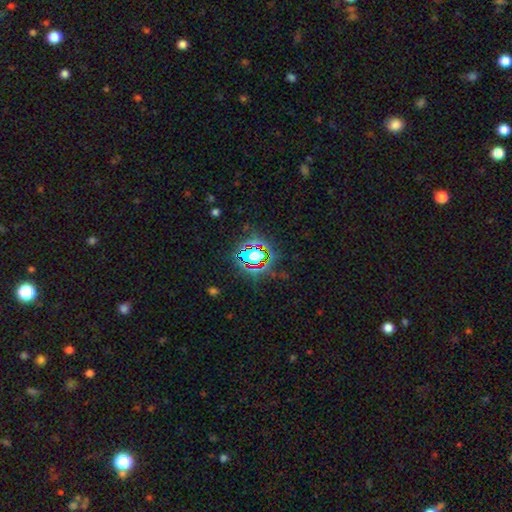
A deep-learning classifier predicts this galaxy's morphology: Overall: star or artifact (66%).